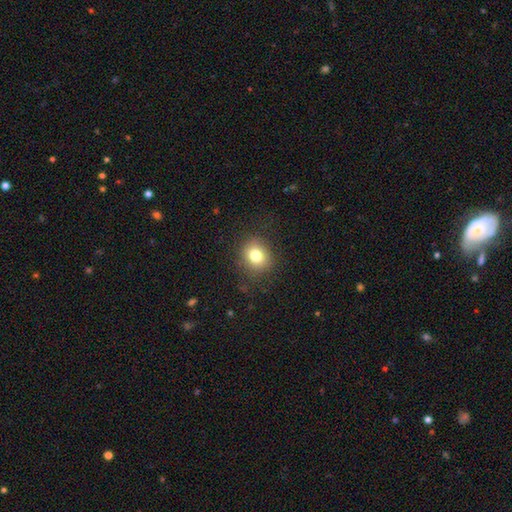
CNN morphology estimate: Smooth or featured?
  - smooth: 79% *
  - star or artifact: 11%
  - featured or disk: 9%
How rounded?
  - round: 75% *
  - in between: 25%
  - cigar-shaped: 1%
Merging?
  - none: 86% *
  - minor disturbance: 9%
  - major disturbance: 4%
  - merger: 1%